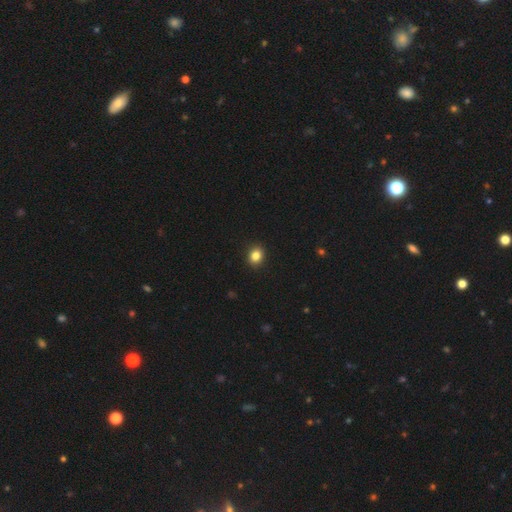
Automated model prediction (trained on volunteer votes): A smooth galaxy with no disk features (85%) that is round (61%).

Vote fractions:
- Smooth or featured? smooth: 85% / star or artifact: 11% / featured or disk: 5%
- How rounded? round: 61% / in between: 38% / cigar-shaped: 1%
- Merging? none: 92% / minor disturbance: 6% / major disturbance: 2% / merger: 1%